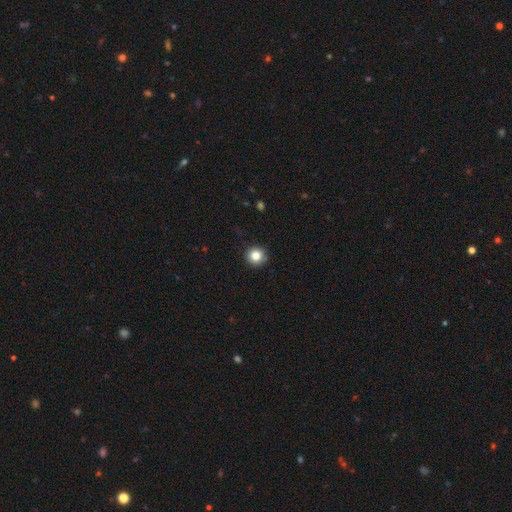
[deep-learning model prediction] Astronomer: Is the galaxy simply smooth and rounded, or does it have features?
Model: smooth — 84%.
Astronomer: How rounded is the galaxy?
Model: round — 95%.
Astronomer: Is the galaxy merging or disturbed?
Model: none — 92%.